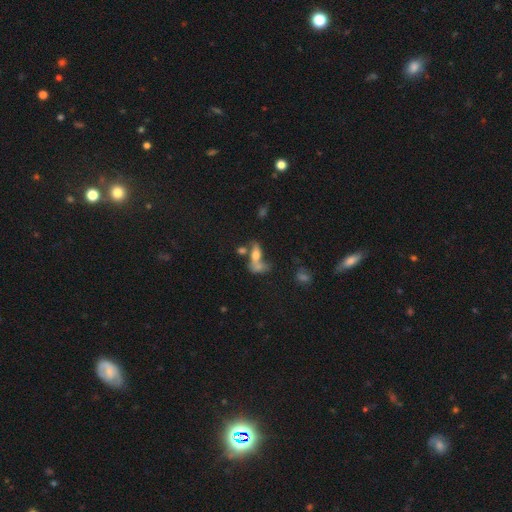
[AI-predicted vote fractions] A smooth galaxy with no disk features (50%).

Vote fractions:
- Smooth or featured? smooth: 50% / featured or disk: 34% / star or artifact: 17%
- Merging? merger: 48% / none: 26% / major disturbance: 15% / minor disturbance: 11%